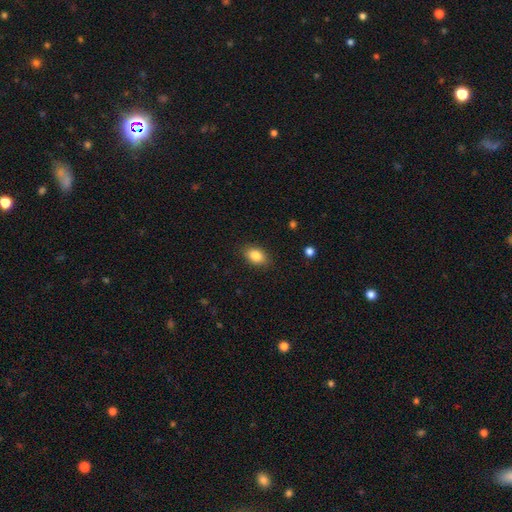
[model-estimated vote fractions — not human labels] smooth 85%, star or artifact 8%, featured or disk 6%. Down the decision tree: how rounded — in between (84%); merging — none (86%).